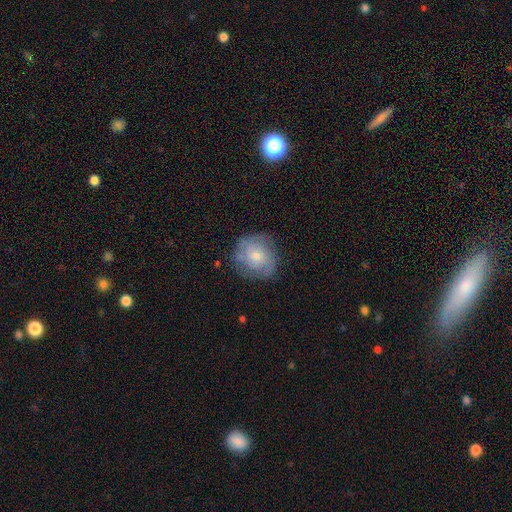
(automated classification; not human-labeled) A smooth galaxy with no disk features (49%). Merging: none (72%).